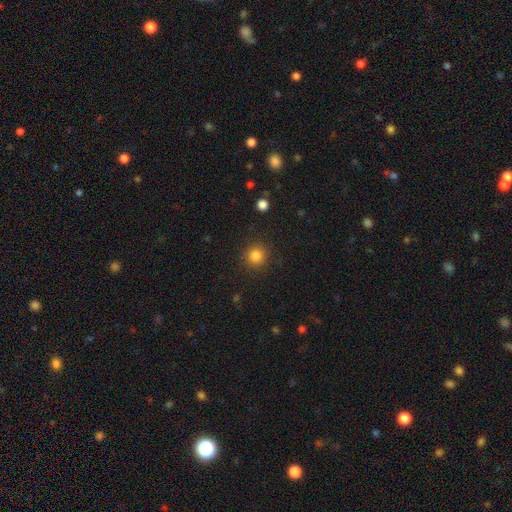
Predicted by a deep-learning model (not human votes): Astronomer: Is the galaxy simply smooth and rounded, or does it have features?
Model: smooth — 83%.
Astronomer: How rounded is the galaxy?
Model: round — 93%.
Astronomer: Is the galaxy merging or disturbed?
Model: none — 90%.